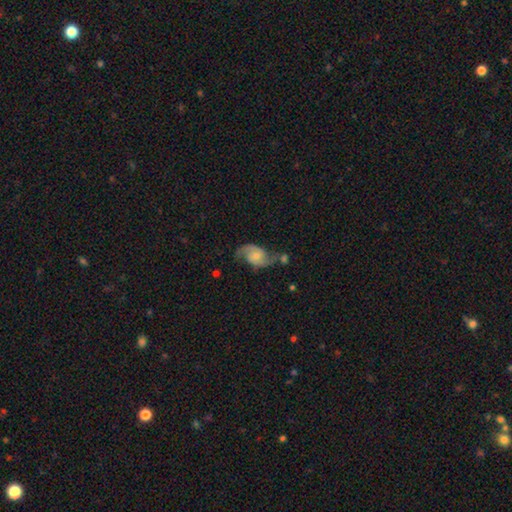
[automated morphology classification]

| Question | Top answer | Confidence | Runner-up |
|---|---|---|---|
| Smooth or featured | featured or disk | 81% | smooth (13%) |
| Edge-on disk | no | 97% | yes (3%) |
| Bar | no | 64% | weak (30%) |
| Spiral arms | yes | 96% | no (4%) |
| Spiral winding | loose | 46% | medium (42%) |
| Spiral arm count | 2 | 91% | can't tell (3%) |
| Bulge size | small | 56% | moderate (30%) |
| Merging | none | 56% | minor disturbance (20%) |